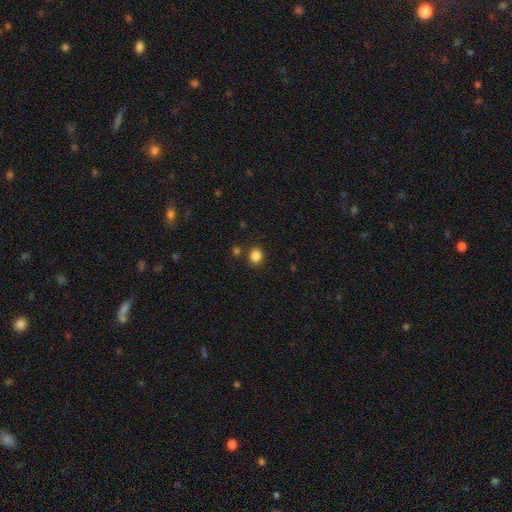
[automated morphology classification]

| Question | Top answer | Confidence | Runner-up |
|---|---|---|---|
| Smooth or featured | smooth | 85% | star or artifact (11%) |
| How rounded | round | 66% | in between (33%) |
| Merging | none | 85% | minor disturbance (8%) |